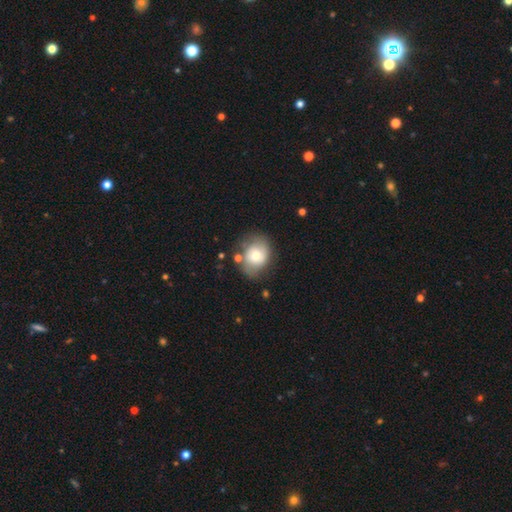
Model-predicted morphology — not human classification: Smooth or featured? Predicted: smooth (p=0.56). How rounded? Predicted: round (p=0.55). Merging? Predicted: none (p=0.66).